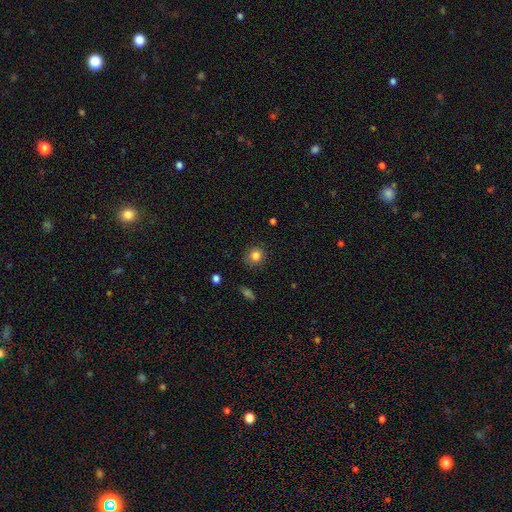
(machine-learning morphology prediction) Overall: smooth (82%). How rounded: round (86%). Merging: none (80%).